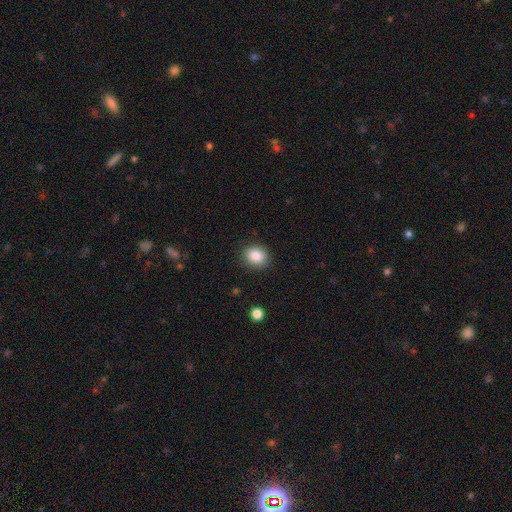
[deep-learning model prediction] Smooth or featured?
  - smooth: 87% *
  - star or artifact: 9%
  - featured or disk: 4%
How rounded?
  - round: 61% *
  - in between: 38%
  - cigar-shaped: 1%
Merging?
  - none: 87% *
  - minor disturbance: 9%
  - major disturbance: 3%
  - merger: 1%